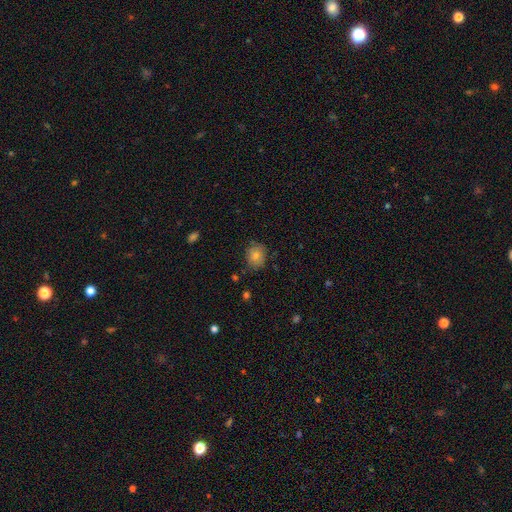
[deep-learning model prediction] Smooth or featured? smooth (70%)
How rounded? round (71%)
Merging? none (80%)